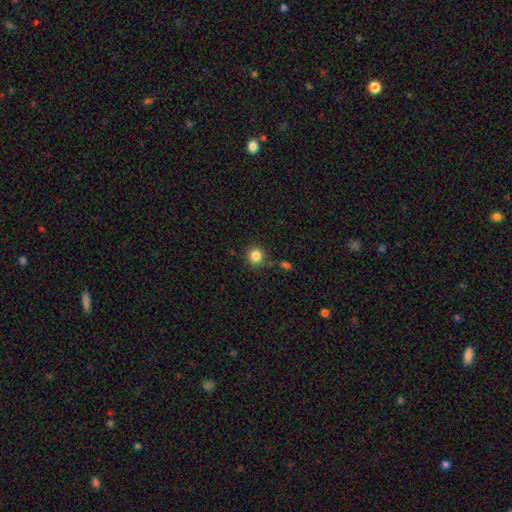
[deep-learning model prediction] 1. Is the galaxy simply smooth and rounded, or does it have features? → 84% smooth, 11% star or artifact, 5% featured or disk.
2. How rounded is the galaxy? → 93% round, 6% in between, 1% cigar-shaped.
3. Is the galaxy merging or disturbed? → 86% none, 8% minor disturbance, 4% merger, 2% major disturbance.